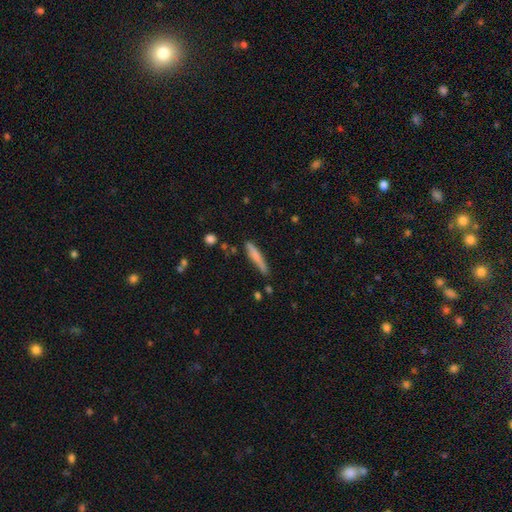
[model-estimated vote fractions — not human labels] Morphology: type=smooth (71%); roundness=cigar-shaped (91%); merging=none (73%).